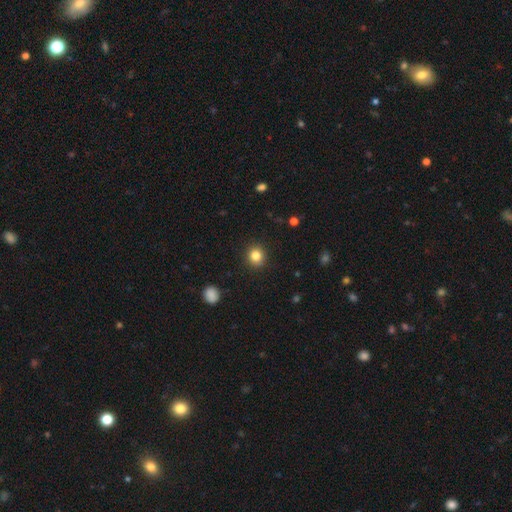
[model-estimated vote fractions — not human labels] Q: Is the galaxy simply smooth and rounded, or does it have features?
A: smooth — 83%.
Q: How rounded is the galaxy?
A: round — 86%.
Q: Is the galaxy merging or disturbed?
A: none — 92%.